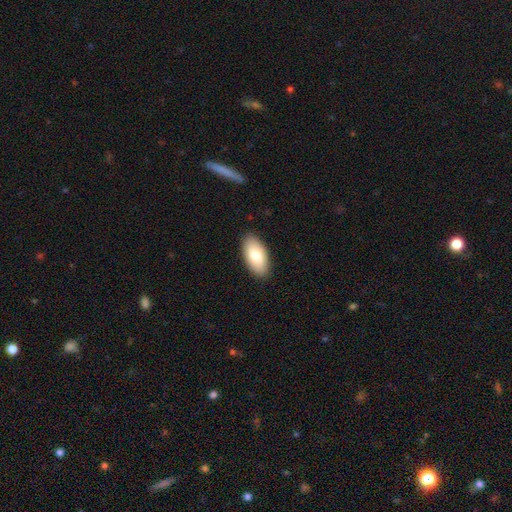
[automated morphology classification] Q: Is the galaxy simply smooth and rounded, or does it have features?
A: smooth — 79%.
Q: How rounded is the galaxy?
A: in between — 94%.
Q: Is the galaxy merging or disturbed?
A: none — 89%.